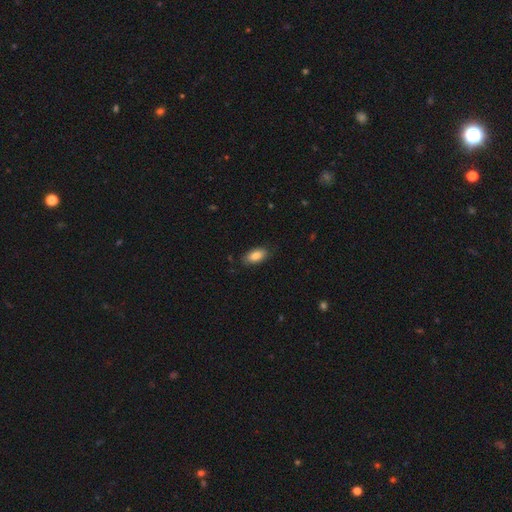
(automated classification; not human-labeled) smooth-or-featured: smooth: 87% | featured or disk: 7% | star or artifact: 7%
  how-rounded: in between: 90% | cigar-shaped: 7% | round: 3%
  merging: none: 84% | minor disturbance: 12% | major disturbance: 2% | merger: 1%